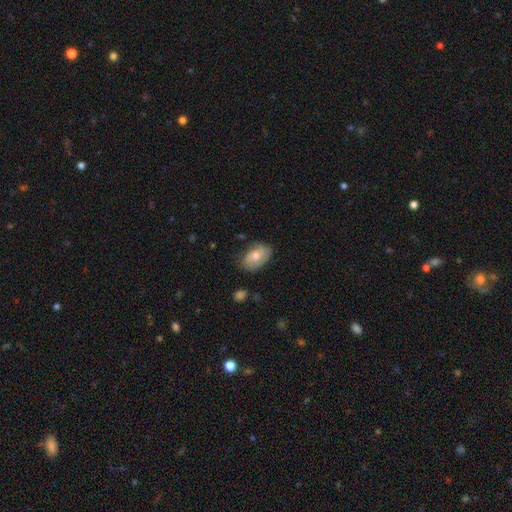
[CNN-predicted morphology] Overall: smooth (62%; featured or disk 32%). How rounded: in between (88%). Merging: none (69%).